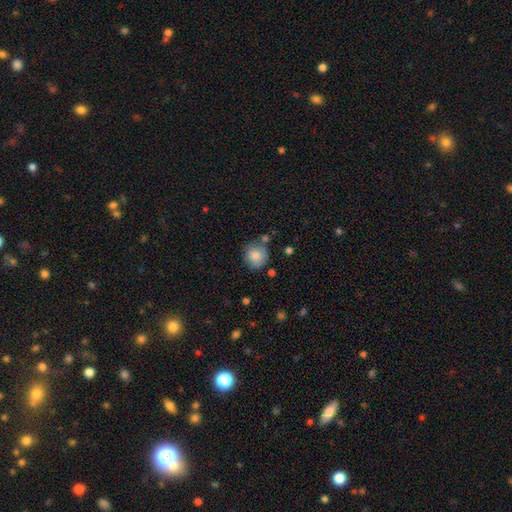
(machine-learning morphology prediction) Q: Smooth or featured?
A: smooth (83%); runner-up: featured or disk (9%)
Q: How rounded?
A: round (88%); runner-up: in between (11%)
Q: Merging?
A: none (70%); runner-up: minor disturbance (18%)